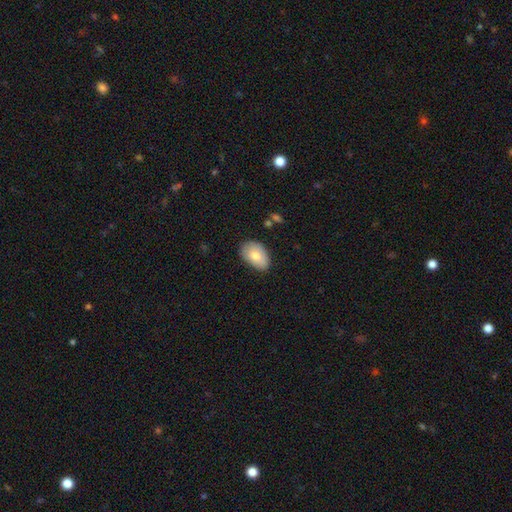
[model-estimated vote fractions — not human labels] A smooth galaxy with no disk features (79%) that is in between round and cigar-shaped (91%). Merging: none (74%).